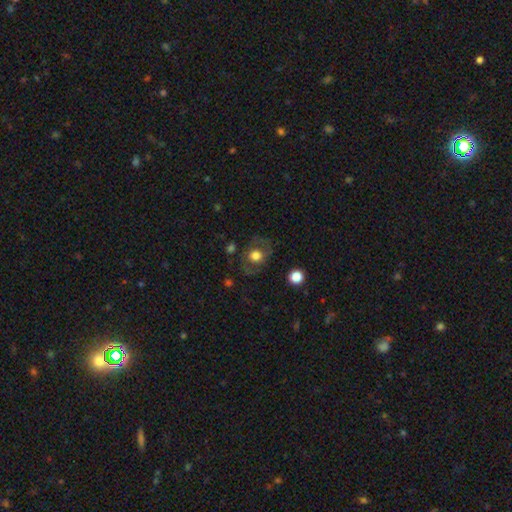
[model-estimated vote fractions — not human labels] This is likely a smooth galaxy (60%). How rounded: likely round (66%). Merging: likely none (73%).